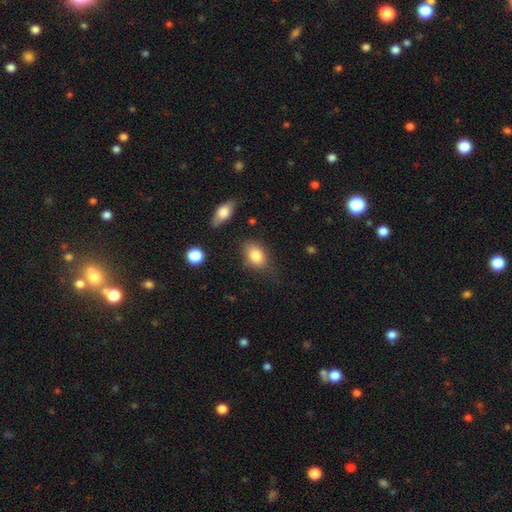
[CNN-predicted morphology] smooth 83%, featured or disk 9%, star or artifact 8%. Down the decision tree: how rounded — in between (81%); merging — none (69%).